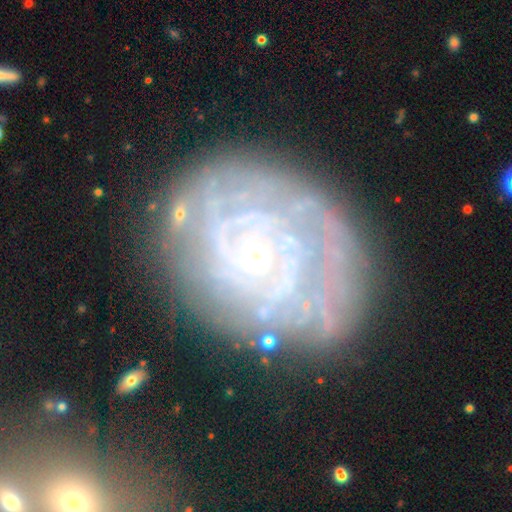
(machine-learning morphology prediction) Q: Smooth or featured?
A: featured or disk (81%); runner-up: smooth (12%)
Q: Edge-on disk?
A: no (97%); runner-up: yes (3%)
Q: Bar?
A: no (76%); runner-up: weak (18%)
Q: Spiral arms?
A: yes (87%); runner-up: no (13%)
Q: Spiral winding?
A: tight (74%); runner-up: medium (20%)
Q: Spiral arm count?
A: can't tell (39%); runner-up: 2 (19%)
Q: Bulge size?
A: small (83%); runner-up: moderate (11%)
Q: Merging?
A: none (74%); runner-up: minor disturbance (16%)